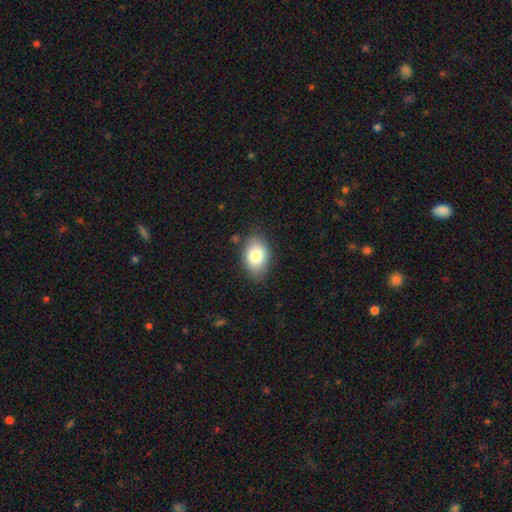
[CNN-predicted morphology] This appears to be a smooth galaxy with no disk features (81%) that is in between round and cigar-shaped (85%). Merging: none (81%).